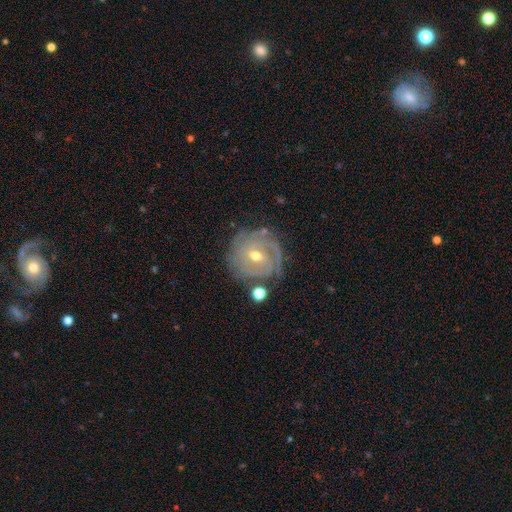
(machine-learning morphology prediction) Smooth or featured? Predicted: featured or disk (p=0.84). Edge-on disk? Predicted: no (p=0.97). Bar? Predicted: no (p=0.43, tied with weak). Spiral arms? Predicted: yes (p=0.94). Spiral winding? Predicted: tight (p=0.80). Spiral arm count? Predicted: can't tell (p=0.31). Bulge size? Predicted: moderate (p=0.58). Merging? Predicted: none (p=0.75).